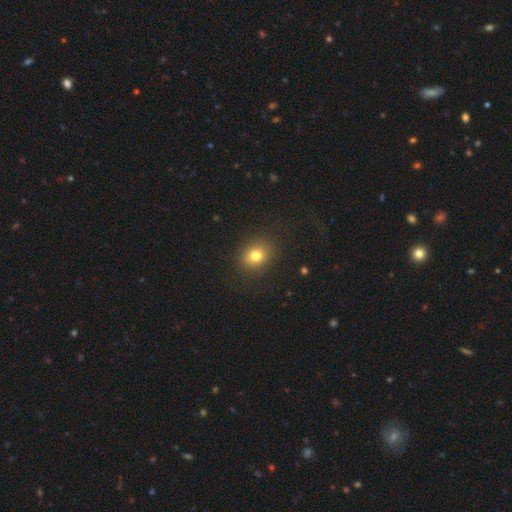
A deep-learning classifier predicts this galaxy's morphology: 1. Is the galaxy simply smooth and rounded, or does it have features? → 78% smooth, 13% star or artifact, 9% featured or disk.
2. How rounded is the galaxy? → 55% round, 44% in between, 1% cigar-shaped.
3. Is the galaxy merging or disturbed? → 86% none, 10% minor disturbance, 4% major disturbance, 1% merger.